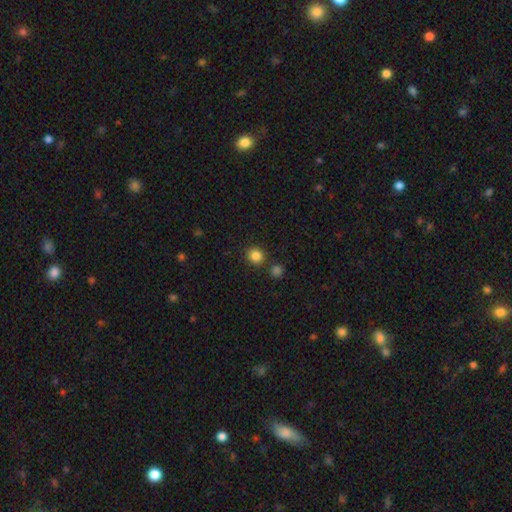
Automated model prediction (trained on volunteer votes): smooth-or-featured: smooth: 84% | star or artifact: 12% | featured or disk: 4%
  how-rounded: round: 81% | in between: 18% | cigar-shaped: 1%
  merging: none: 82% | minor disturbance: 8% | merger: 7% | major disturbance: 3%